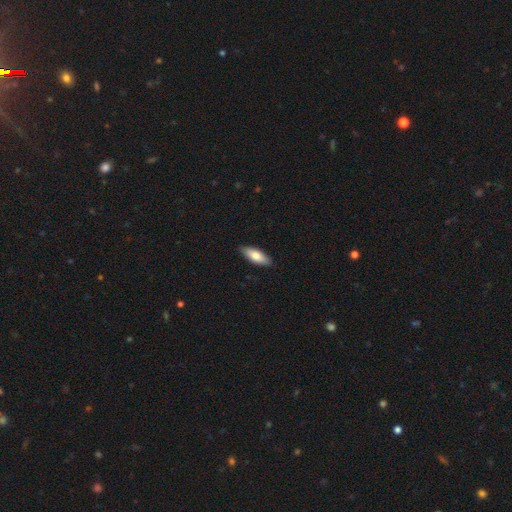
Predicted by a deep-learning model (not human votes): A smooth galaxy with no disk features (76%) that is in between round and cigar-shaped (69%).

Vote fractions:
- Smooth or featured? smooth: 76% / featured or disk: 18% / star or artifact: 6%
- How rounded? in between: 69% / cigar-shaped: 29% / round: 2%
- Merging? none: 89% / minor disturbance: 9% / major disturbance: 2% / merger: 1%